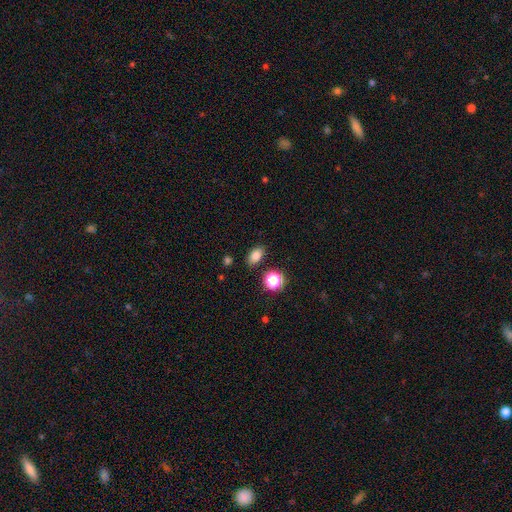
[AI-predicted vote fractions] This appears to be a smooth galaxy with no disk features (79%) that is in between round and cigar-shaped (83%). Merging: none (85%).